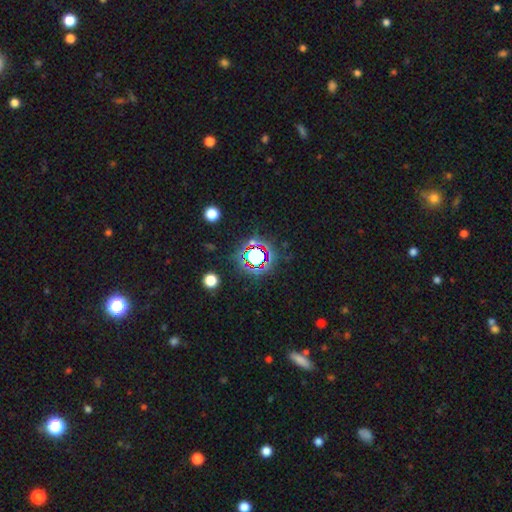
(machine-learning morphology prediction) A star or artifact, not a galaxy (66%).